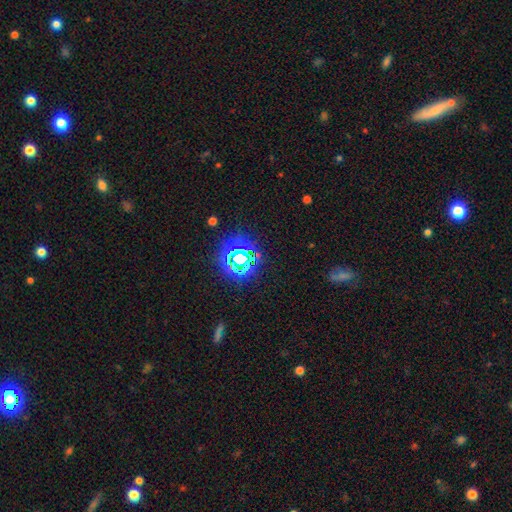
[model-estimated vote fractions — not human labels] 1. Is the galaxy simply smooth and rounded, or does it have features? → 75% star or artifact, 16% smooth, 9% featured or disk.